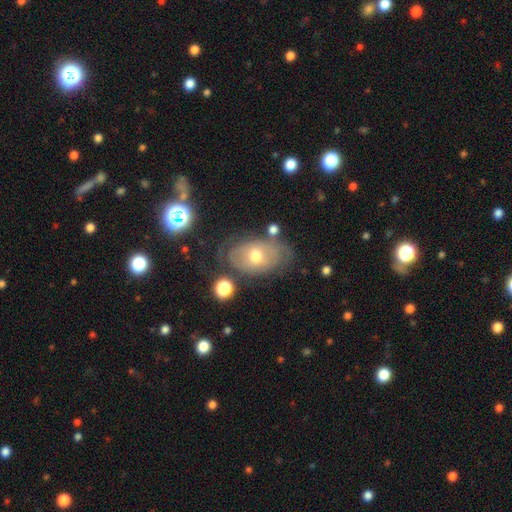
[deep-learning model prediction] Overall: featured or disk (55%; smooth 36%). Edge-on disk: no (92%). Bar: no (73%). Spiral arms: yes (56%; no 44%). Bulge size: moderate (71%). Merging: none (60%; minor disturbance 22%).